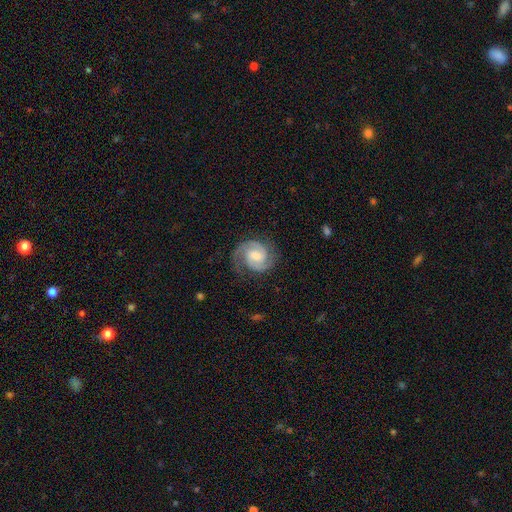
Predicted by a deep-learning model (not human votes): featured or disk 89%, smooth 7%, star or artifact 4%. Down the decision tree: edge-on disk — no (98%); bar — weak (54%); spiral arms — yes (98%); spiral arm count — 2 (90%); spiral winding — tight (48%); bulge size — moderate (53%); merging — none (77%).